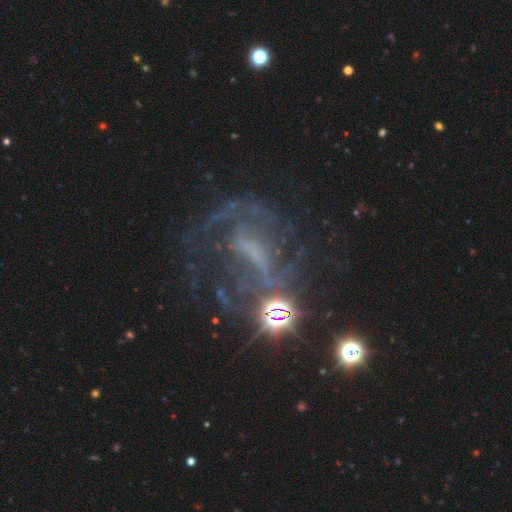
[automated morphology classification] smooth-or-featured: featured or disk: 62% | star or artifact: 26% | smooth: 12%
  disk-edge-on: no: 91% | yes: 9%
    bar: strong: 38% | weak: 33% | no: 29%
    has-spiral-arms: yes: 64% | no: 36%
    bulge-size: none: 43% | small: 37% | moderate: 15% | large: 3% | dominant: 2%
  merging: none: 42% | major disturbance: 33% | minor disturbance: 16% | merger: 8%